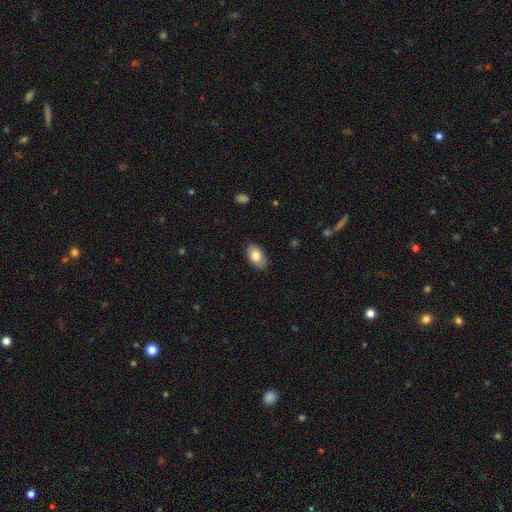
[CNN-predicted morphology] Overall: smooth (80%). How rounded: in between (93%). Merging: none (84%).